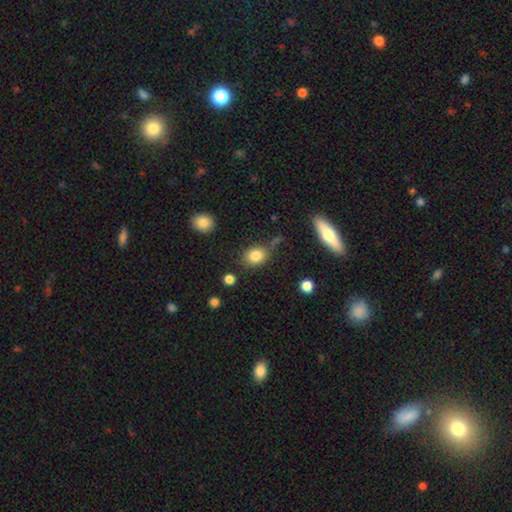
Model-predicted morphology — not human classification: This appears to be a smooth galaxy with no disk features (83%) that is in between round and cigar-shaped (58%). Merging: none (73%).